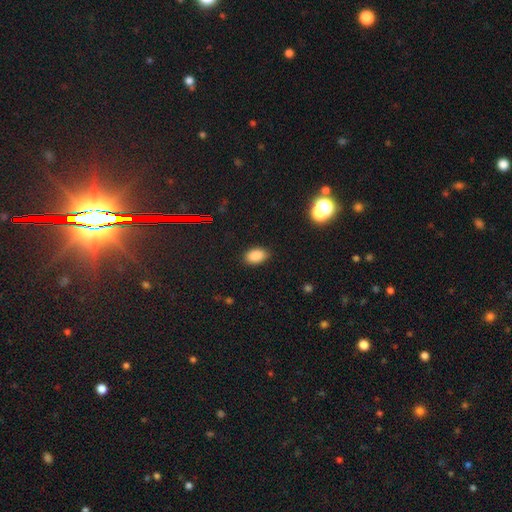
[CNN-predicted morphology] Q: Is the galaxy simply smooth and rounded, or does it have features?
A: smooth — 86%.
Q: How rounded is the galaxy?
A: in between — 89%.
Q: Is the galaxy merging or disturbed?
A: none — 86%.